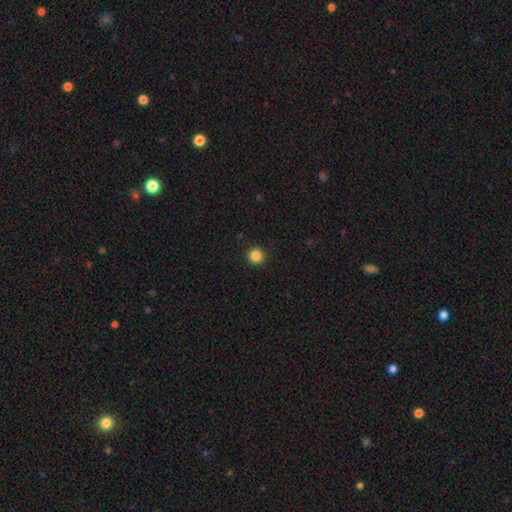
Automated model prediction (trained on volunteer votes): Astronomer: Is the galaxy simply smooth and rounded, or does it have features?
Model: smooth — 86%.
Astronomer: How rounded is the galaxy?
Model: round — 96%.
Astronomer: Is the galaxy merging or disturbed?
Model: none — 93%.